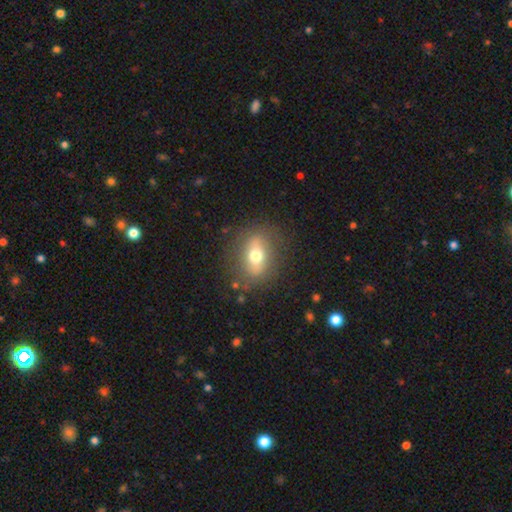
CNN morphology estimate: This is possibly a smooth galaxy (51%). How rounded: possibly in between (58%). Merging: likely none (80%).